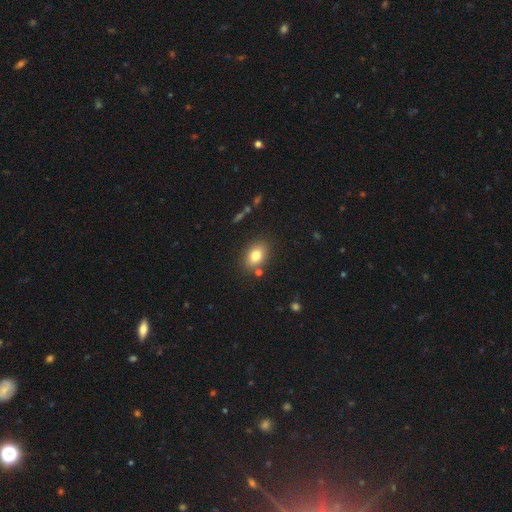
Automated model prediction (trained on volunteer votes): smooth_or_featured: smooth (p=0.80) [alt: featured or disk p=0.10]
how_rounded: in between (p=0.76) [alt: round p=0.23]
merging: none (p=0.81) [alt: minor disturbance p=0.11]